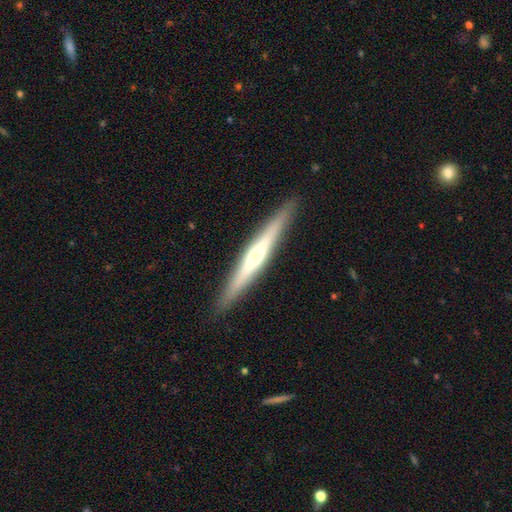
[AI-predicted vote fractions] smooth_or_featured: featured or disk (p=0.66) [alt: smooth p=0.29]
disk_edge_on: yes (p=0.97) [alt: no p=0.03]
edge_on_bulge: rounded (p=0.79) [alt: none p=0.16]
merging: none (p=0.91) [alt: minor disturbance p=0.06]